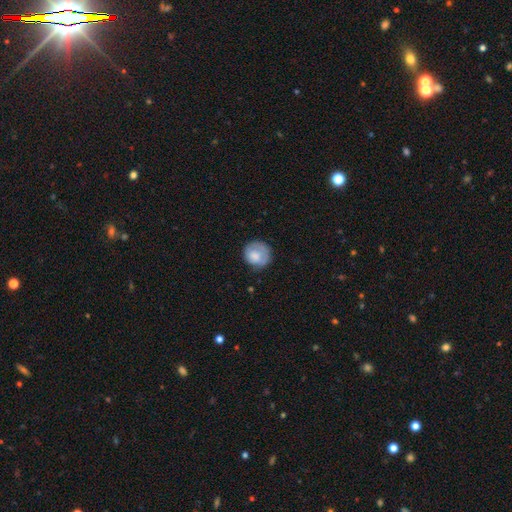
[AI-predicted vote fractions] The model was most divided on "merging": none: 66%, minor disturbance: 23%, major disturbance: 10%, merger: 2%. More confident: how rounded — round (84%); smooth or featured — smooth (73%).